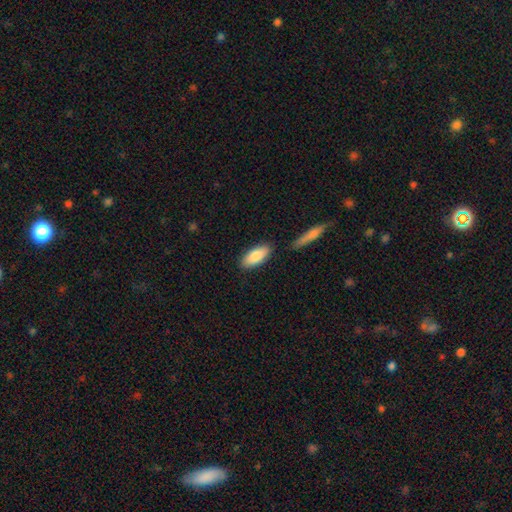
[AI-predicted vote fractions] Smooth or featured?
  - smooth: 84% *
  - featured or disk: 10%
  - star or artifact: 6%
How rounded?
  - in between: 84% *
  - cigar-shaped: 13%
  - round: 2%
Merging?
  - none: 82% *
  - minor disturbance: 11%
  - merger: 5%
  - major disturbance: 2%